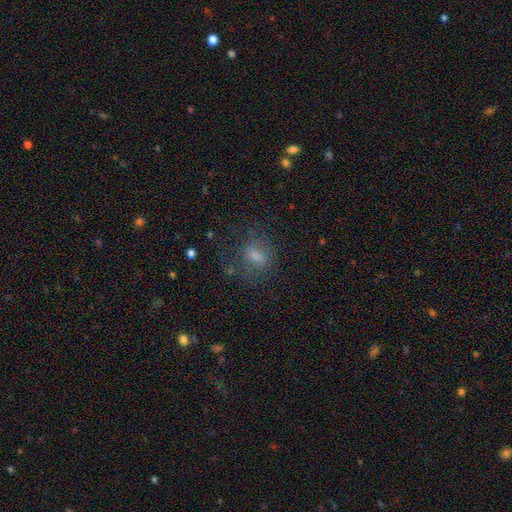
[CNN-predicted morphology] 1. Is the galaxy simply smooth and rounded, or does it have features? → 66% smooth, 18% featured or disk, 16% star or artifact.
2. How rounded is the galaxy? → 55% in between, 41% round, 4% cigar-shaped.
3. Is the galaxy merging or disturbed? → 63% none, 18% minor disturbance, 16% major disturbance, 3% merger.